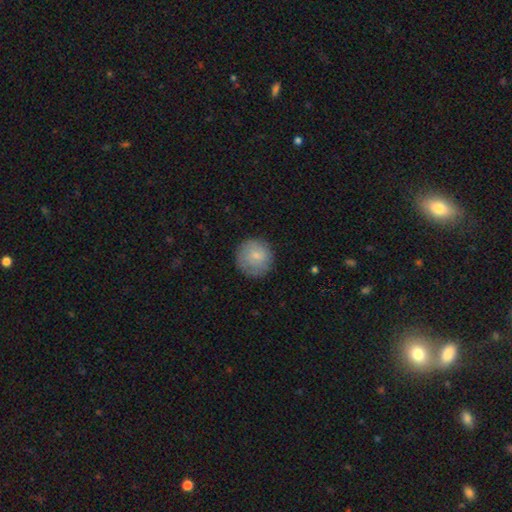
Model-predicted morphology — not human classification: A smooth galaxy with no disk features (78%) that is round (94%).

Vote fractions:
- Smooth or featured? smooth: 78% / featured or disk: 15% / star or artifact: 7%
- How rounded? round: 94% / in between: 5% / cigar-shaped: 1%
- Merging? none: 83% / minor disturbance: 12% / major disturbance: 4% / merger: 1%